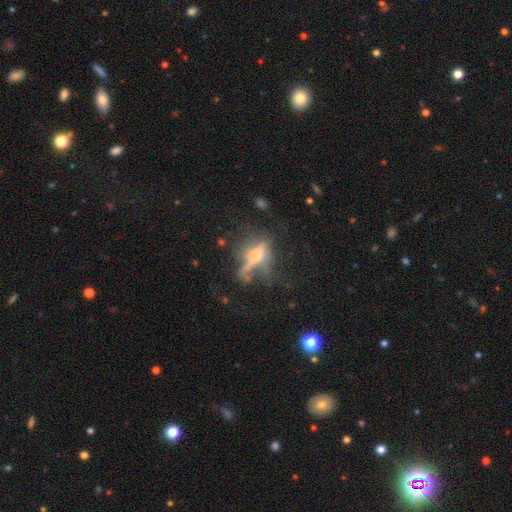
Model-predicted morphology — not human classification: This is possibly a featured or disk galaxy (54%). It is likely viewed edge-on (61%). Merging: marginally none (40%).